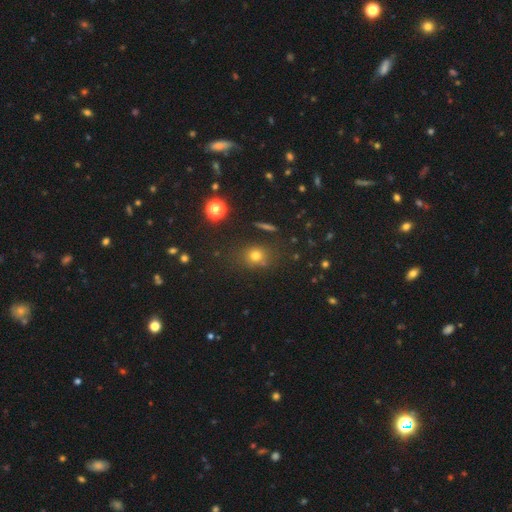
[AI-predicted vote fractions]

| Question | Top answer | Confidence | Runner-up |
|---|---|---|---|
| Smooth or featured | smooth | 69% | star or artifact (21%) |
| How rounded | round | 73% | in between (26%) |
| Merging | none | 75% | minor disturbance (13%) |